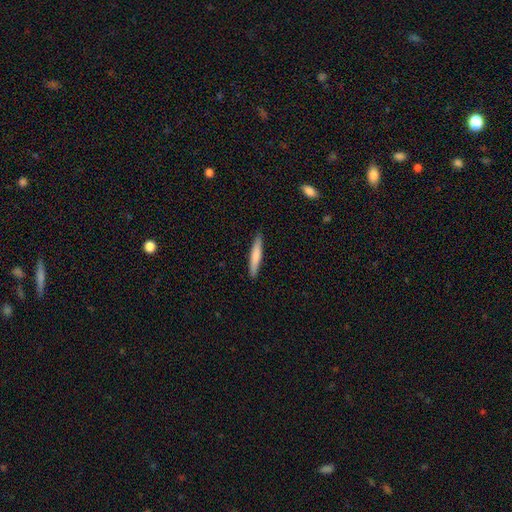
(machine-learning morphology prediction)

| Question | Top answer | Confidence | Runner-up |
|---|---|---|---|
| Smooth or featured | smooth | 74% | featured or disk (20%) |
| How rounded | cigar-shaped | 92% | in between (7%) |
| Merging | none | 90% | minor disturbance (7%) |